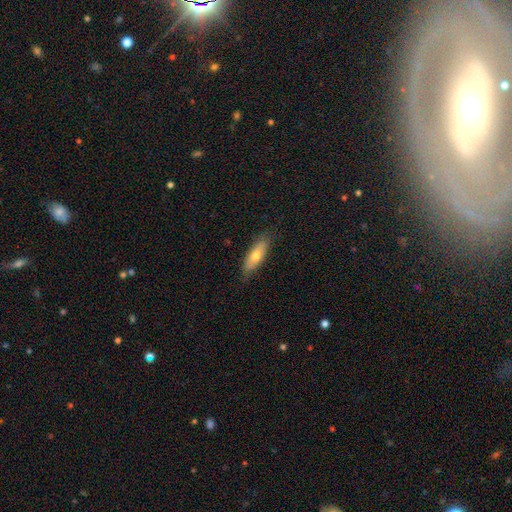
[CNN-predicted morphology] Smooth or featured? smooth (66%)
How rounded? in between (53%)
Merging? none (81%)